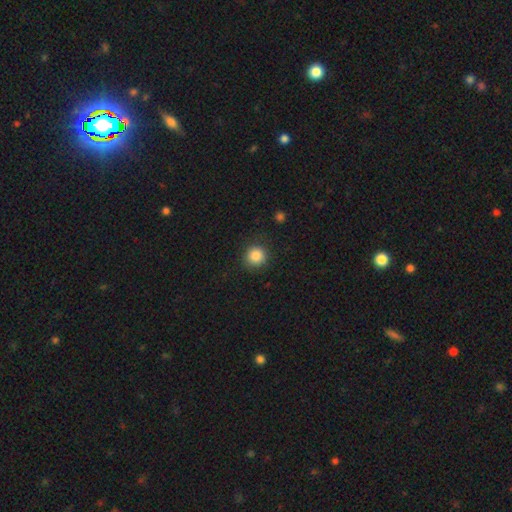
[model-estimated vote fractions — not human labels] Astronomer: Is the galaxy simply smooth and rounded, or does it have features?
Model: smooth — 86%.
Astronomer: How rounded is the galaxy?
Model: round — 92%.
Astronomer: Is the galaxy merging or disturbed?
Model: none — 87%.